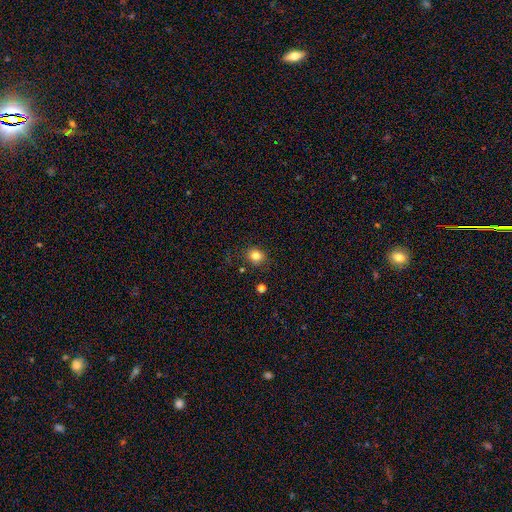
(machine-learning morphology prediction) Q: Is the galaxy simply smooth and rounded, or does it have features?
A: smooth — 82%.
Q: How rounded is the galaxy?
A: round — 77%.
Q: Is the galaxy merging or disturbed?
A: none — 84%.